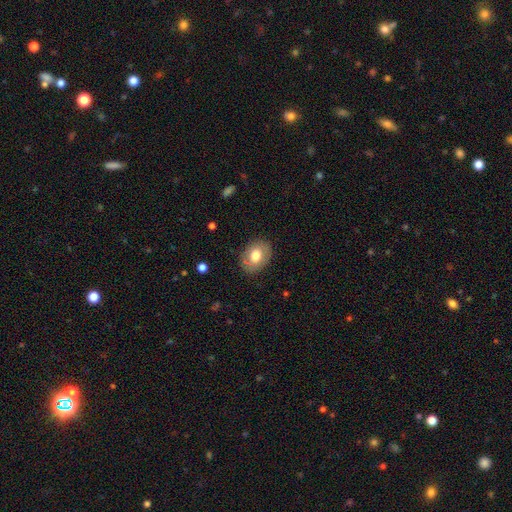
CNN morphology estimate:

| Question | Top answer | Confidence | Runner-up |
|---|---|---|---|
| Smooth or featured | smooth | 71% | featured or disk (21%) |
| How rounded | in between | 67% | round (32%) |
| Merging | none | 83% | minor disturbance (12%) |